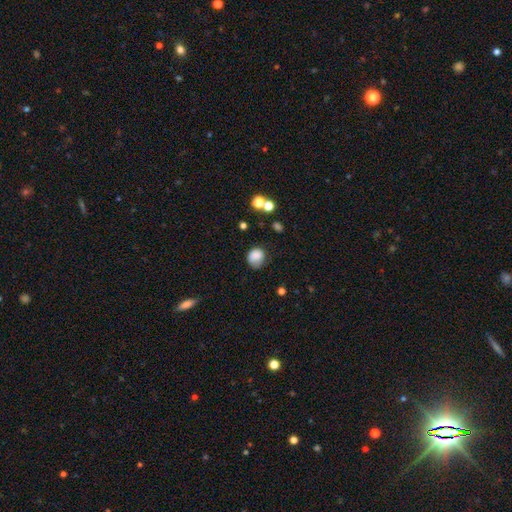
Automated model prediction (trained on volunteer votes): Smooth or featured: smooth — 82% (star or artifact — 10%)
How rounded: round — 69% (in between — 30%)
Merging: none — 56% (minor disturbance — 30%)